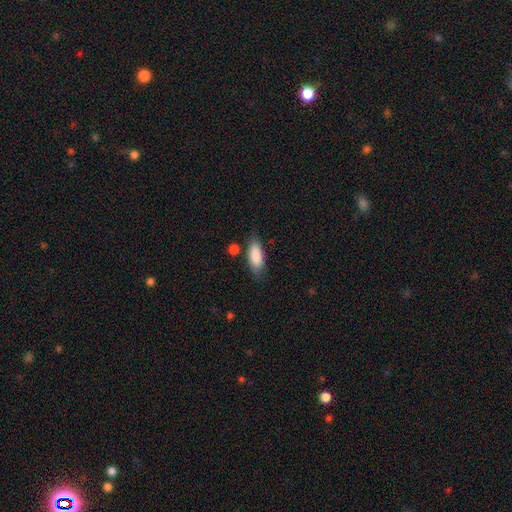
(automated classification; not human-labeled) smooth 87%, featured or disk 7%, star or artifact 6%. Down the decision tree: how rounded — in between (81%); merging — none (75%).